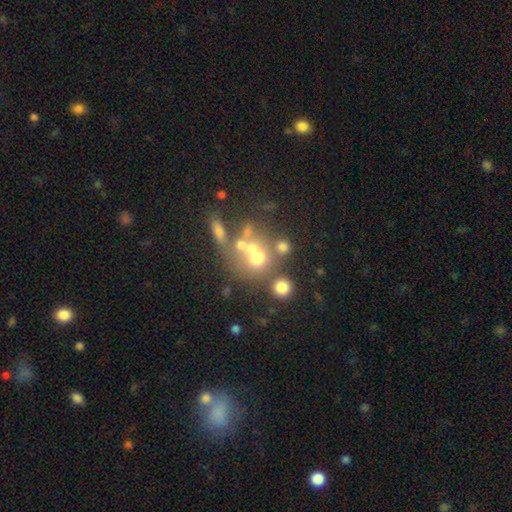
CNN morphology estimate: This appears to be a smooth galaxy with no disk features (39%). Merging: none (40%, tied with merger).